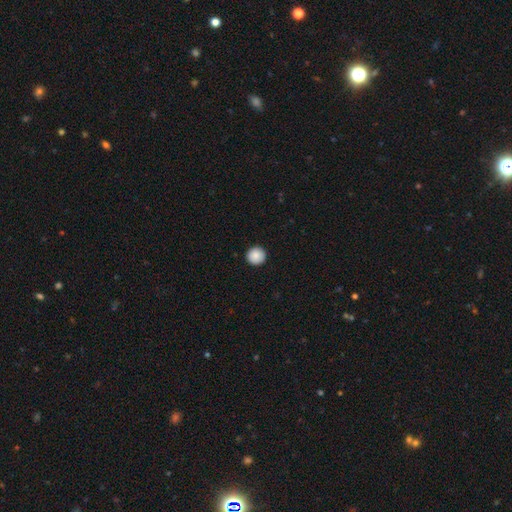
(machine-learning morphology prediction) This is clearly a smooth galaxy (89%). How rounded: clearly round (96%). Merging: clearly none (93%).